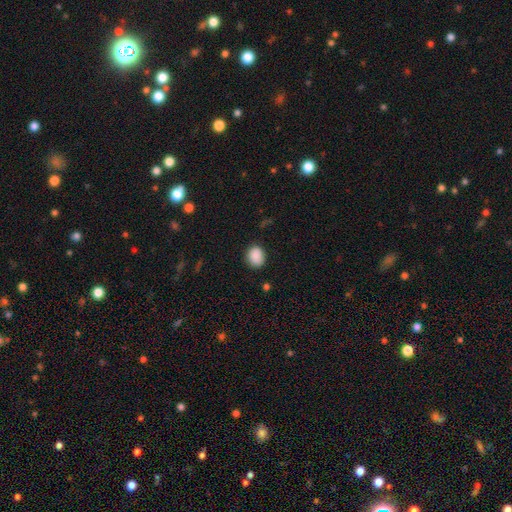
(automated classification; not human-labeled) smooth_or_featured: smooth (p=0.88) [alt: star or artifact p=0.08]
how_rounded: in between (p=0.50) [alt: round p=0.49]
merging: none (p=0.81) [alt: minor disturbance p=0.15]